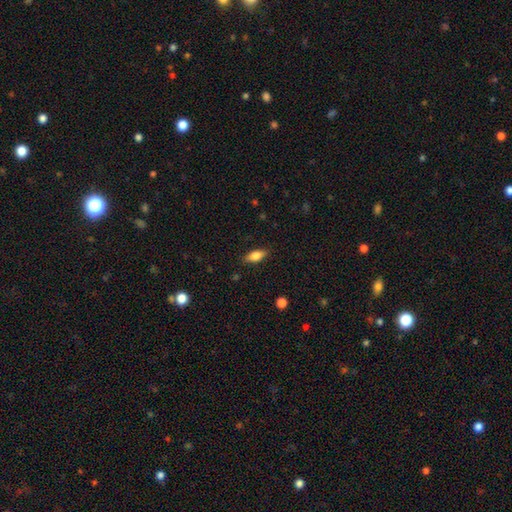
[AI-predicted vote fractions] A smooth galaxy with no disk features (76%) that is in between round and cigar-shaped (80%).

Vote fractions:
- Smooth or featured? smooth: 76% / featured or disk: 16% / star or artifact: 8%
- How rounded? in between: 80% / cigar-shaped: 16% / round: 3%
- Merging? none: 86% / minor disturbance: 11% / major disturbance: 2% / merger: 1%